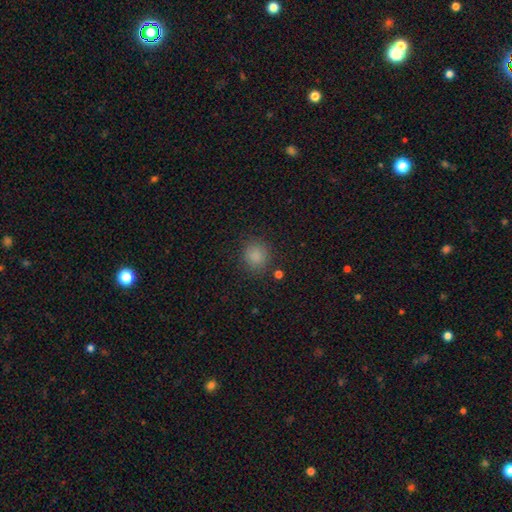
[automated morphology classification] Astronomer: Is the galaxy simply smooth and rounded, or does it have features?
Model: smooth — 85%.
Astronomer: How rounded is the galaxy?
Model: round — 87%.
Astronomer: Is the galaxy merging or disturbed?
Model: none — 86%.